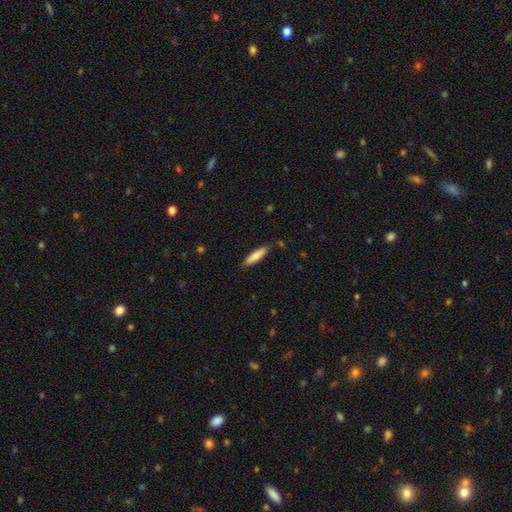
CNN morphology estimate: Overall: smooth (76%). How rounded: cigar-shaped (75%). Merging: none (86%).